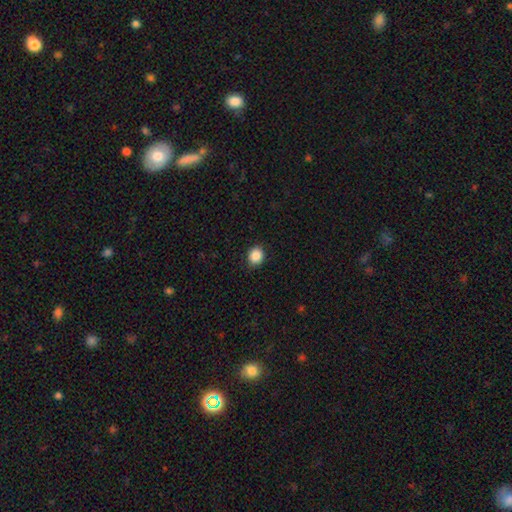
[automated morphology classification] Q: Smooth or featured?
A: smooth (87%); runner-up: star or artifact (10%)
Q: How rounded?
A: round (79%); runner-up: in between (20%)
Q: Merging?
A: none (91%); runner-up: minor disturbance (6%)